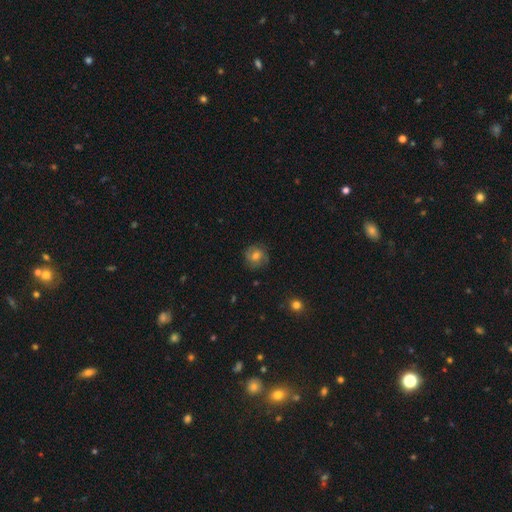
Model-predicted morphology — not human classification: Smooth or featured?
  - smooth: 59% *
  - featured or disk: 29%
  - star or artifact: 12%
How rounded?
  - round: 88% *
  - in between: 11%
  - cigar-shaped: 1%
Merging?
  - none: 79% *
  - minor disturbance: 15%
  - major disturbance: 5%
  - merger: 1%